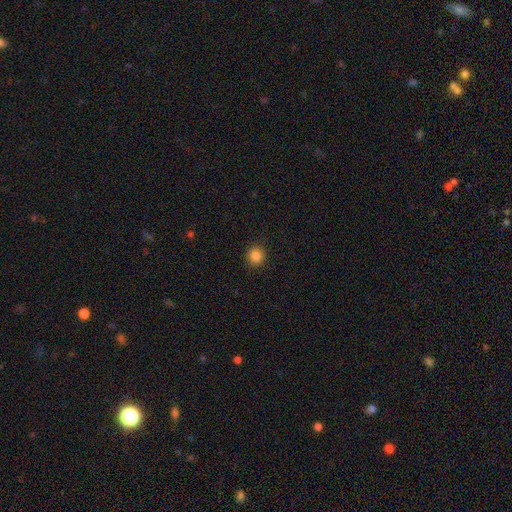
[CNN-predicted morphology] Smooth or featured? smooth (85%)
How rounded? round (89%)
Merging? none (90%)